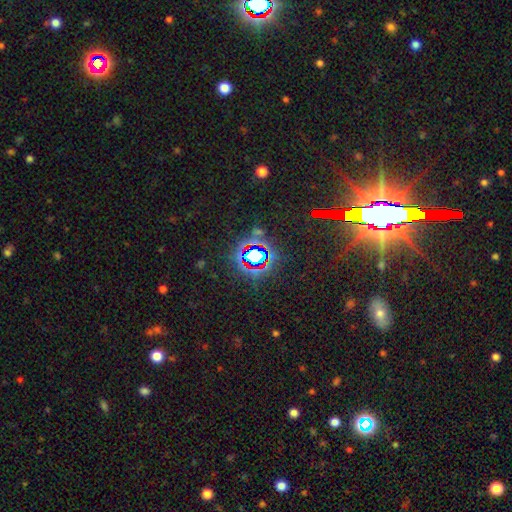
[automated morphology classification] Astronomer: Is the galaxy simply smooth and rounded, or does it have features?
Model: star or artifact — 76%.